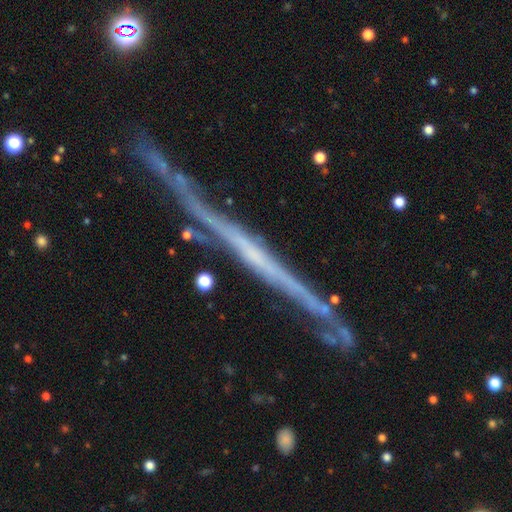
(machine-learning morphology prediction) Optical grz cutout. It shows a featured or disk galaxy (79%) viewed edge-on (97%) with no central bulge (73%). Merging: none (79%).